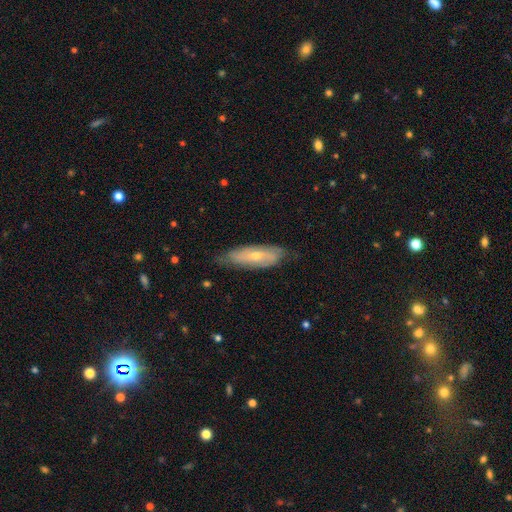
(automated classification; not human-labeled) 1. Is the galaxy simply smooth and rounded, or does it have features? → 55% featured or disk, 38% smooth, 7% star or artifact.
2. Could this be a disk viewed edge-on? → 69% no, 31% yes.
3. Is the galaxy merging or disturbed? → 71% none, 23% minor disturbance, 5% major disturbance, 1% merger.